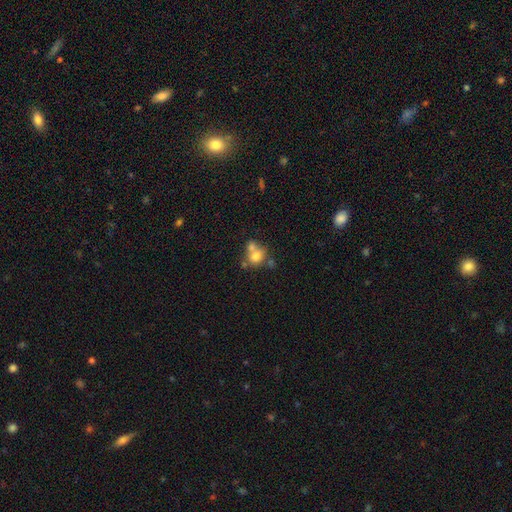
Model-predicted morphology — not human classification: The model was most divided on "merging": merger: 48%, none: 36%, minor disturbance: 10%, major disturbance: 5%. More confident: smooth or featured — smooth (71%); how rounded — round (68%).